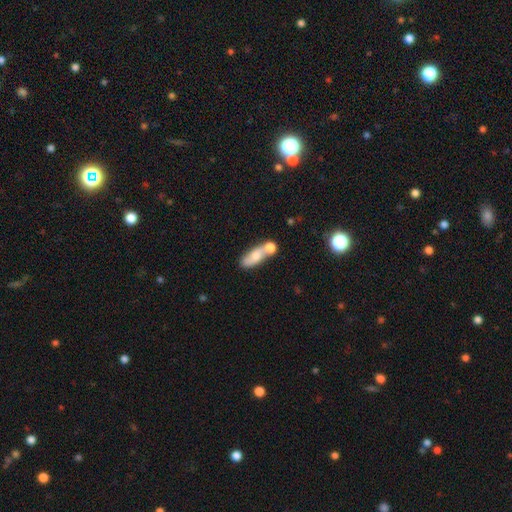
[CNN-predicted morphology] Smooth or featured: smooth — 64% (featured or disk — 28%)
How rounded: in between — 63% (cigar-shaped — 30%)
Merging: merger — 45% (none — 36%)